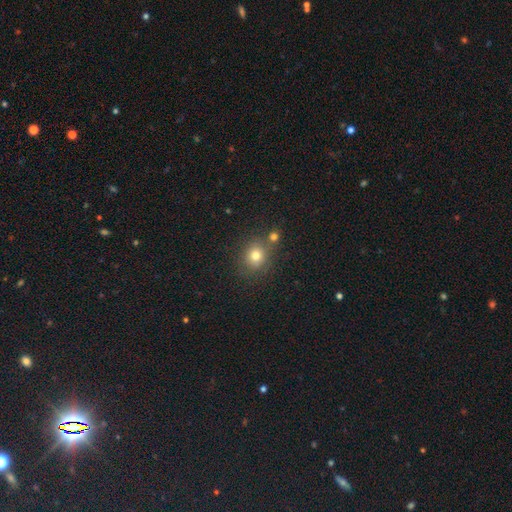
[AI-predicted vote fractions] smooth-or-featured: smooth: 76% | star or artifact: 15% | featured or disk: 9%
  how-rounded: round: 80% | in between: 20% | cigar-shaped: 1%
  merging: none: 71% | merger: 15% | minor disturbance: 10% | major disturbance: 4%